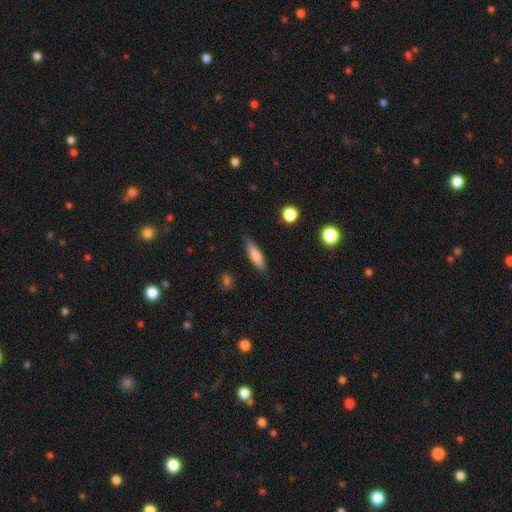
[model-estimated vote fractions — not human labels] Smooth or featured? Predicted: smooth (p=0.76). How rounded? Predicted: cigar-shaped (p=0.66). Merging? Predicted: none (p=0.82).